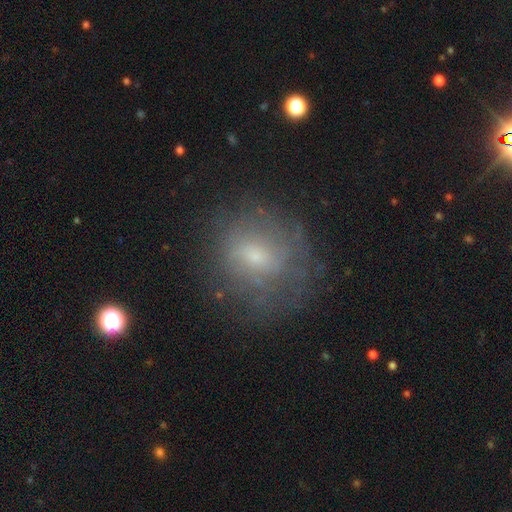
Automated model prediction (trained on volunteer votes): Smooth or featured: smooth — 48% (featured or disk — 39%)
Merging: none — 70% (minor disturbance — 18%)